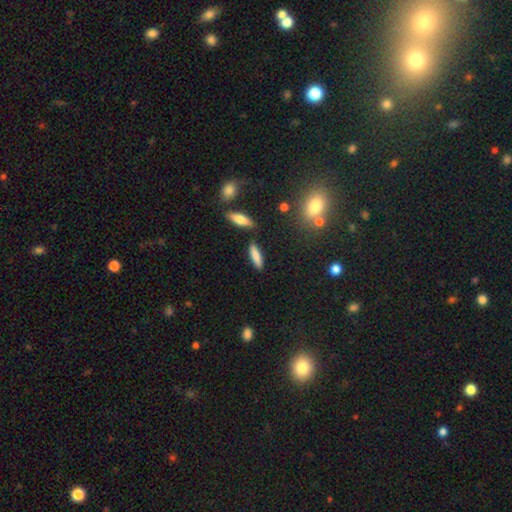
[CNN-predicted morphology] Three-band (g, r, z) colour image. It shows a smooth galaxy with no disk features (81%) that is cigar-shaped (68%). Merging: none (84%).